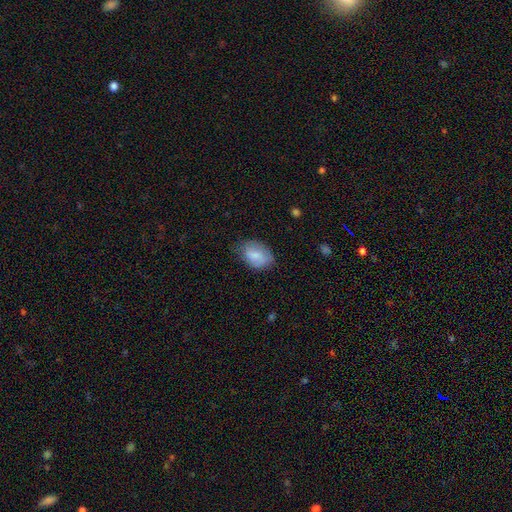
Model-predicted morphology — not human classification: This is likely a smooth galaxy (80%). How rounded: clearly in between (82%). Merging: likely none (67%).